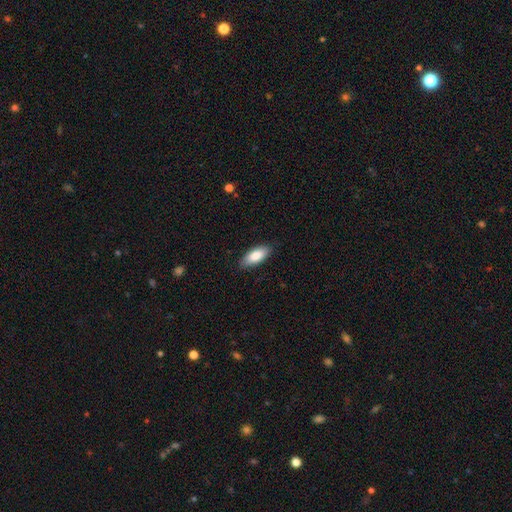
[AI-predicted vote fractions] A smooth galaxy with no disk features (84%) that is in between round and cigar-shaped (84%).

Vote fractions:
- Smooth or featured? smooth: 84% / featured or disk: 10% / star or artifact: 6%
- How rounded? in between: 84% / cigar-shaped: 14% / round: 2%
- Merging? none: 87% / minor disturbance: 10% / major disturbance: 2% / merger: 1%